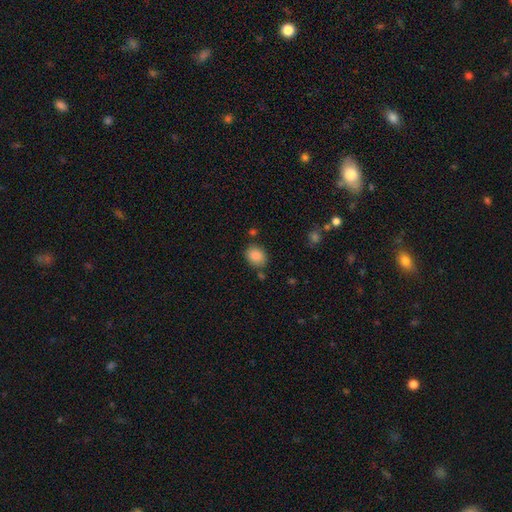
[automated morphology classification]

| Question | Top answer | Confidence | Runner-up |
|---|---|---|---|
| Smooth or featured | smooth | 87% | star or artifact (8%) |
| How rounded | in between | 56% | round (43%) |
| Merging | none | 78% | minor disturbance (13%) |